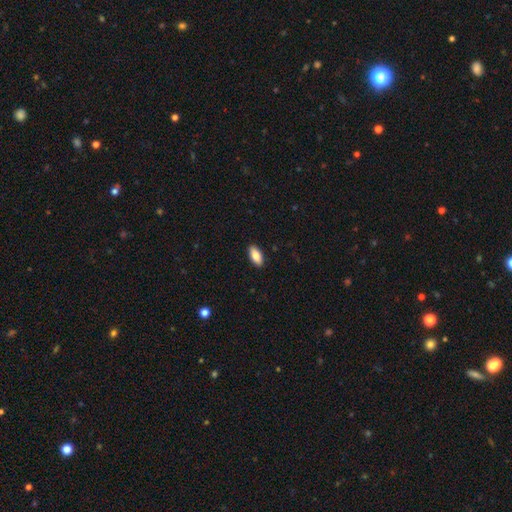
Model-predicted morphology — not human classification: Smooth or featured?
  - smooth: 83% *
  - featured or disk: 11%
  - star or artifact: 6%
How rounded?
  - in between: 88% *
  - cigar-shaped: 9%
  - round: 2%
Merging?
  - none: 90% *
  - minor disturbance: 7%
  - major disturbance: 2%
  - merger: 1%